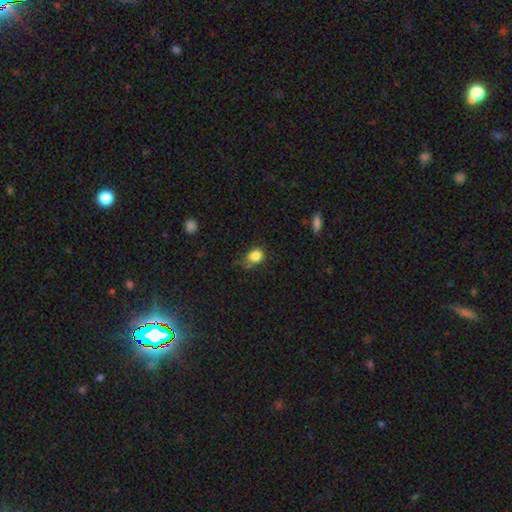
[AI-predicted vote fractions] Smooth or featured? smooth (84%)
How rounded? round (61%)
Merging? none (53%)